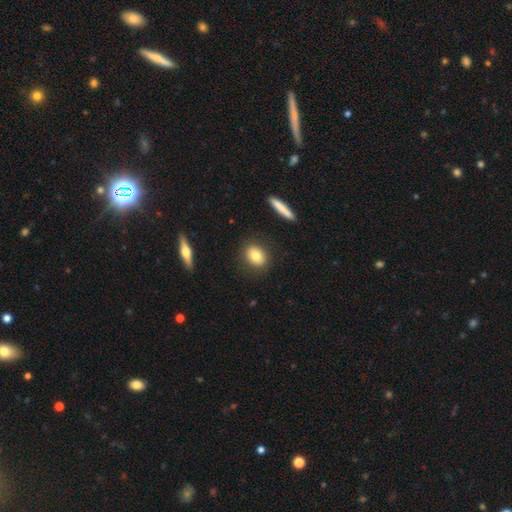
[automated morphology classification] Overall: smooth (79%). How rounded: in between (51%; round 46%). Merging: none (87%).